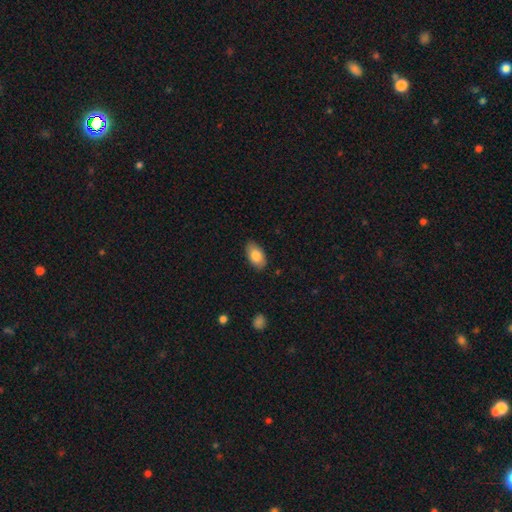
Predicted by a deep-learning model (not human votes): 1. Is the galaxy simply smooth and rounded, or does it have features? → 83% smooth, 10% featured or disk, 6% star or artifact.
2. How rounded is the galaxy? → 93% in between, 5% round, 2% cigar-shaped.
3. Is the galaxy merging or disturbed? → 85% none, 12% minor disturbance, 2% major disturbance, 1% merger.